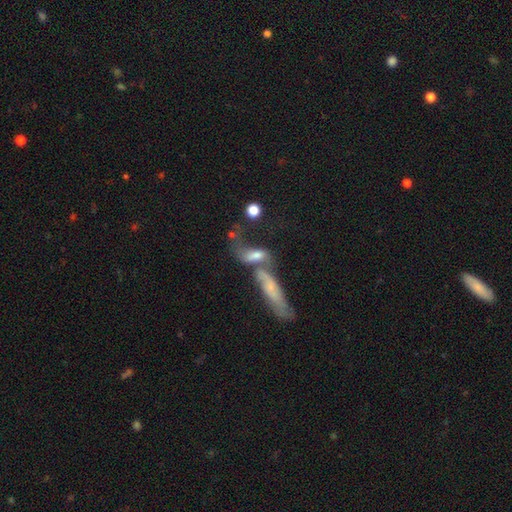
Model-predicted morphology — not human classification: The model was most divided on "smooth or featured": smooth: 47%, featured or disk: 41%, star or artifact: 12%. More confident: merging — merger (56%).